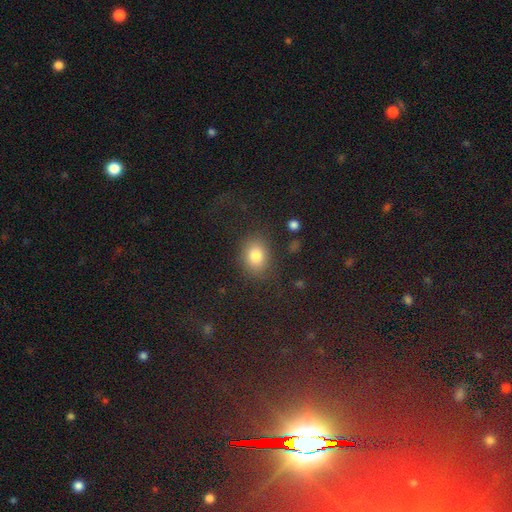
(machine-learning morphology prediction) A smooth galaxy with no disk features (81%) that is in between round and cigar-shaped (59%).

Vote fractions:
- Smooth or featured? smooth: 81% / star or artifact: 11% / featured or disk: 8%
- How rounded? in between: 59% / round: 40% / cigar-shaped: 1%
- Merging? none: 76% / minor disturbance: 13% / major disturbance: 8% / merger: 2%